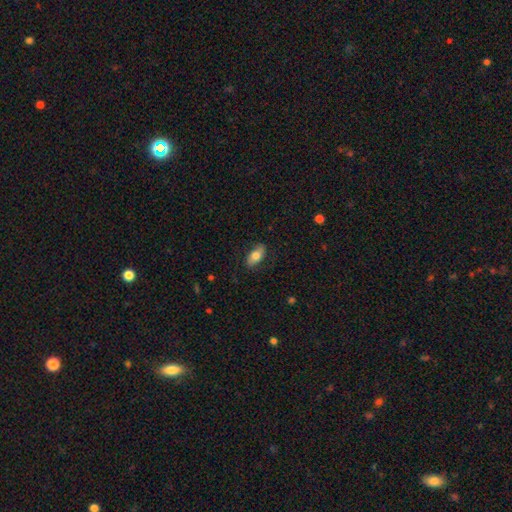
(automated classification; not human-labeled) Smooth or featured: smooth — 75% (featured or disk — 19%)
How rounded: in between — 87% (cigar-shaped — 9%)
Merging: none — 83% (minor disturbance — 13%)